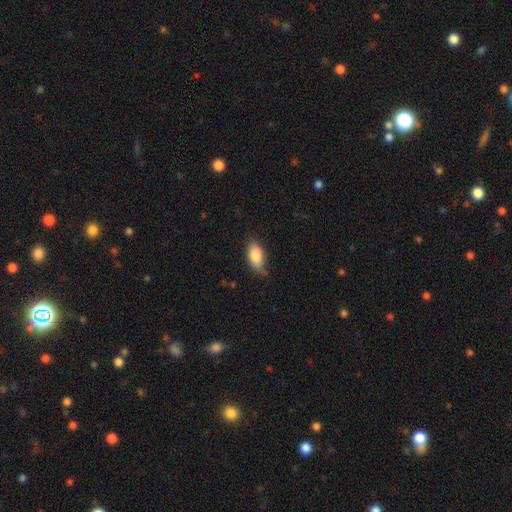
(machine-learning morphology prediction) Smooth or featured? smooth (82%)
How rounded? in between (90%)
Merging? none (62%)